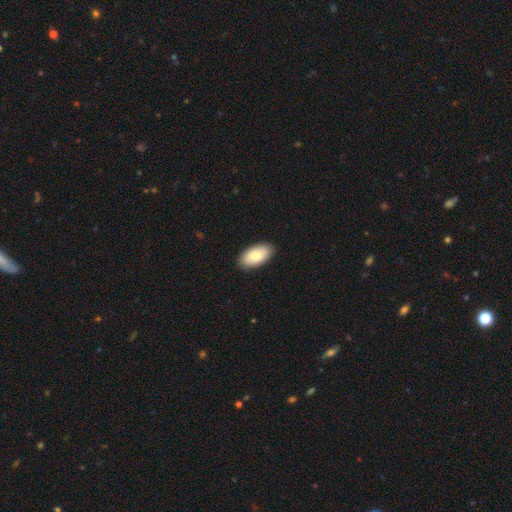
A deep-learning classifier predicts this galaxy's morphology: Overall: smooth (82%). How rounded: in between (95%). Merging: none (89%).